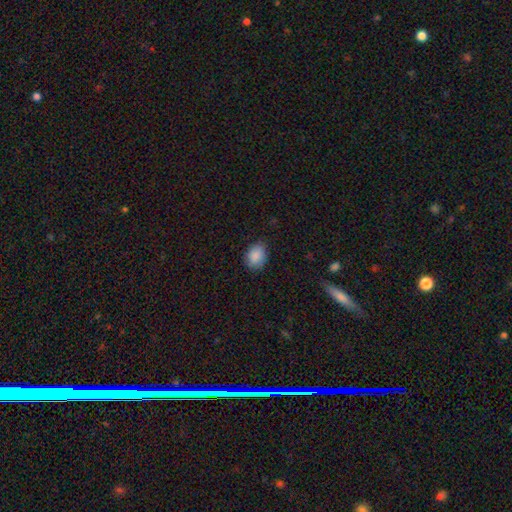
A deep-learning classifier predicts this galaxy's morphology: A smooth galaxy with no disk features (89%) that is in between round and cigar-shaped (64%).

Vote fractions:
- Smooth or featured? smooth: 89% / star or artifact: 8% / featured or disk: 4%
- How rounded? in between: 64% / round: 35% / cigar-shaped: 1%
- Merging? none: 79% / minor disturbance: 17% / major disturbance: 3% / merger: 1%